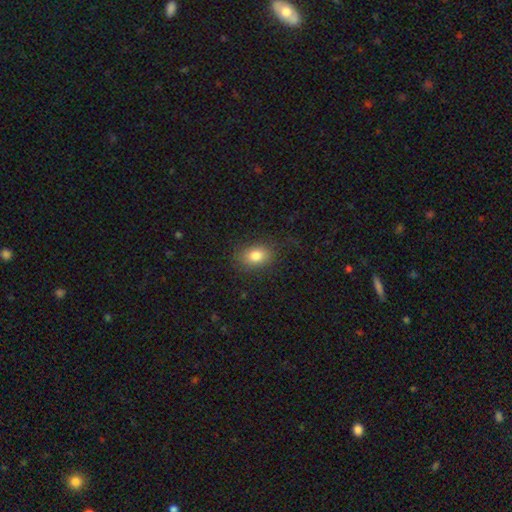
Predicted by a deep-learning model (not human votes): The model was most divided on "how rounded": in between: 70%, round: 29%, cigar-shaped: 1%. More confident: smooth or featured — smooth (82%); merging — none (81%).